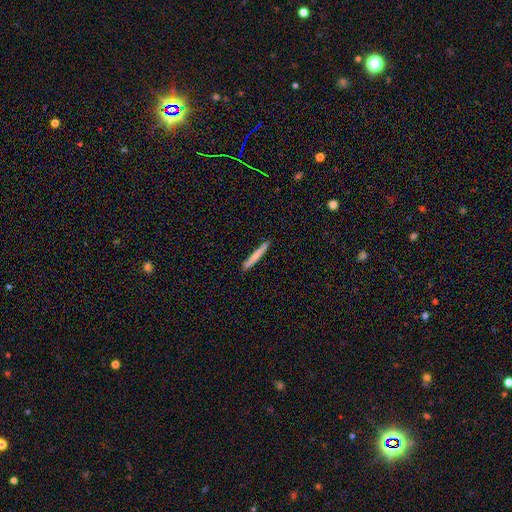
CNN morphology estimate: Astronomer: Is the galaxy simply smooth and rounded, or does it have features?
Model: smooth — 75%.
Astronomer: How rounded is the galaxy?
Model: cigar-shaped — 97%.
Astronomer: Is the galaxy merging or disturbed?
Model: none — 91%.